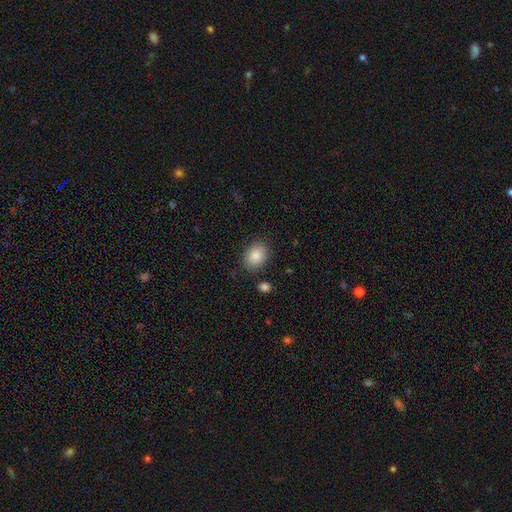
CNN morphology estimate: A smooth galaxy with no disk features (87%) that is in between round and cigar-shaped (66%). Merging: none (84%).